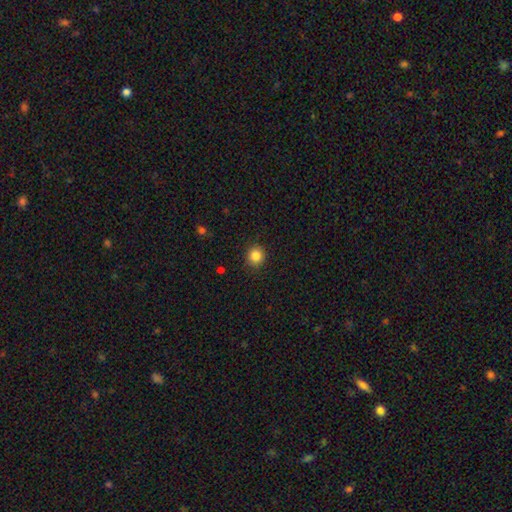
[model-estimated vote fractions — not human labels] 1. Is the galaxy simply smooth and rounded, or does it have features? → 85% smooth, 10% star or artifact, 4% featured or disk.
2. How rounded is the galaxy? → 90% round, 9% in between, 1% cigar-shaped.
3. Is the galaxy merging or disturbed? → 90% none, 7% minor disturbance, 2% major disturbance, 1% merger.